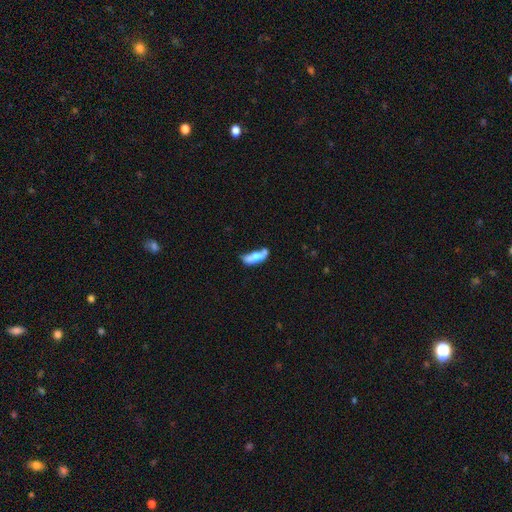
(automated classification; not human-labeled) smooth_or_featured: smooth (p=0.63) [alt: featured or disk p=0.29]
how_rounded: in between (p=0.67) [alt: cigar-shaped p=0.31]
merging: merger (p=0.33) [alt: none p=0.29]